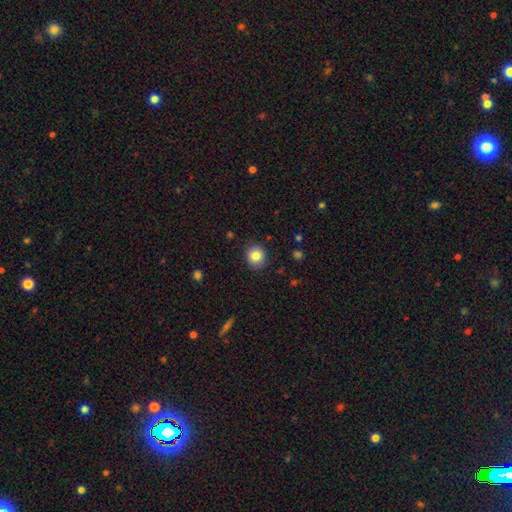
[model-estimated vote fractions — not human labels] Q: Smooth or featured?
A: smooth (84%); runner-up: star or artifact (10%)
Q: How rounded?
A: round (85%); runner-up: in between (14%)
Q: Merging?
A: none (89%); runner-up: minor disturbance (8%)